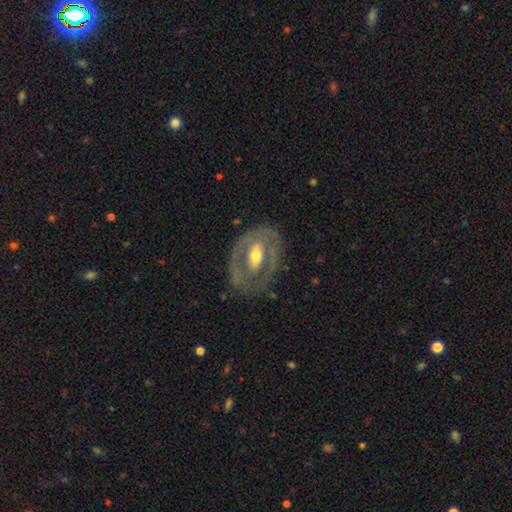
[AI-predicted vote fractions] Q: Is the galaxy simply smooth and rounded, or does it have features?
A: featured or disk — 72%.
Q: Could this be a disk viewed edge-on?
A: no — 93%.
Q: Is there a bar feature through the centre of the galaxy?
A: no — 38%.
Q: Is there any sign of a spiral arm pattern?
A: no — 58%.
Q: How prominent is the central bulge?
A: moderate — 65%.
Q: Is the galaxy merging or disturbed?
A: none — 67%.